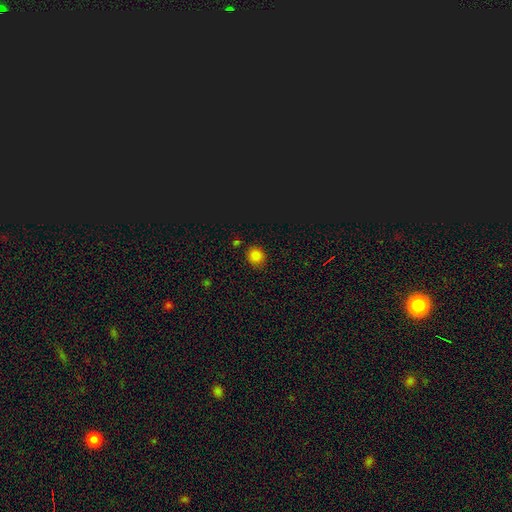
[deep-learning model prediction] A smooth galaxy with no disk features (79%) that is round (80%).

Vote fractions:
- Smooth or featured? smooth: 79% / star or artifact: 17% / featured or disk: 4%
- How rounded? round: 80% / in between: 19% / cigar-shaped: 1%
- Merging? none: 82% / minor disturbance: 11% / merger: 4% / major disturbance: 3%